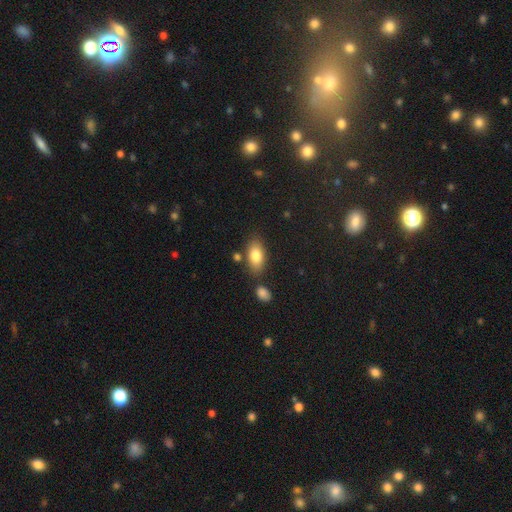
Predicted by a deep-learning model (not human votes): Smooth or featured: smooth — 82% (featured or disk — 11%)
How rounded: in between — 90% (cigar-shaped — 5%)
Merging: none — 75% (minor disturbance — 13%)